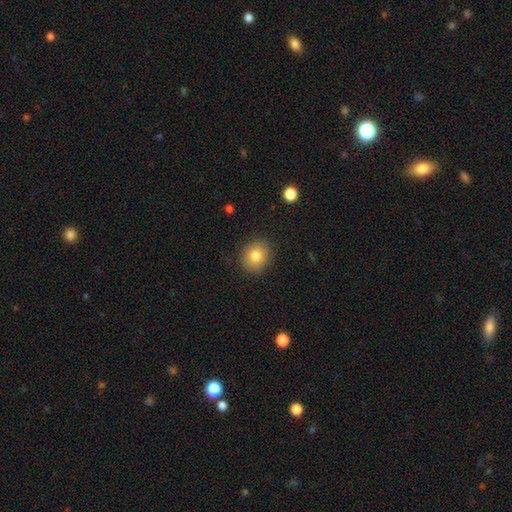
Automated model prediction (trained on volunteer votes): Smooth or featured: smooth — 81% (featured or disk — 10%)
How rounded: round — 74% (in between — 25%)
Merging: none — 89% (minor disturbance — 8%)